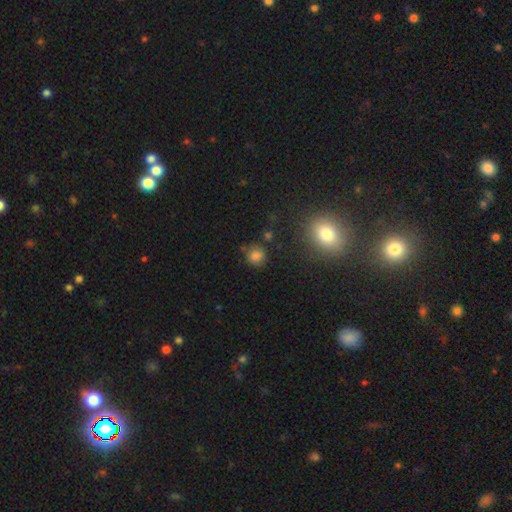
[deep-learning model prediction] Smooth or featured? smooth (78%)
How rounded? round (85%)
Merging? none (78%)